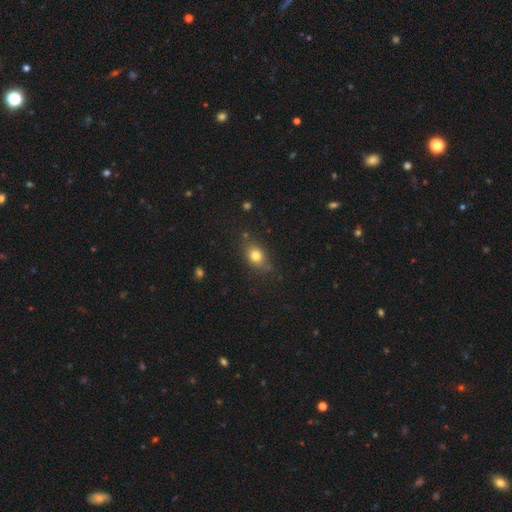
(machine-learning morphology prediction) type=smooth (79%); roundness=in between (60%); merging=none (73%).